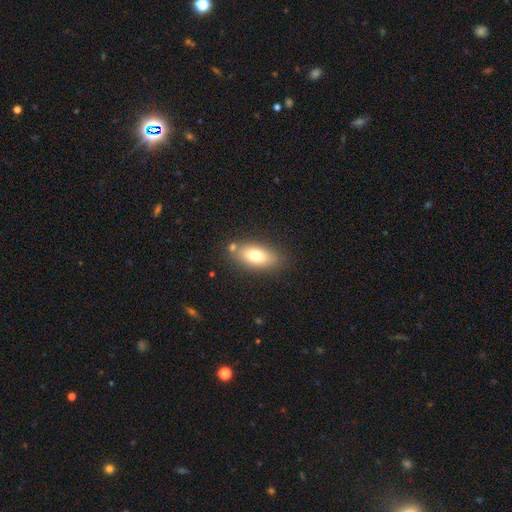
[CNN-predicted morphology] Smooth or featured?
  - smooth: 73% *
  - featured or disk: 19%
  - star or artifact: 8%
How rounded?
  - in between: 86% *
  - cigar-shaped: 9%
  - round: 5%
Merging?
  - none: 75% *
  - minor disturbance: 13%
  - merger: 8%
  - major disturbance: 4%